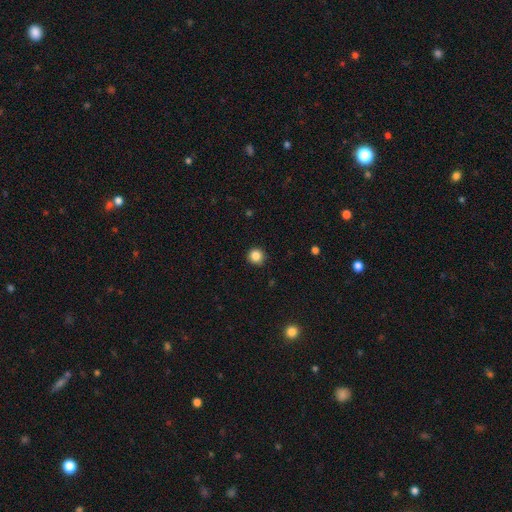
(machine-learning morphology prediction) This appears to be a smooth galaxy with no disk features (85%) that is round (93%). Merging: none (91%).